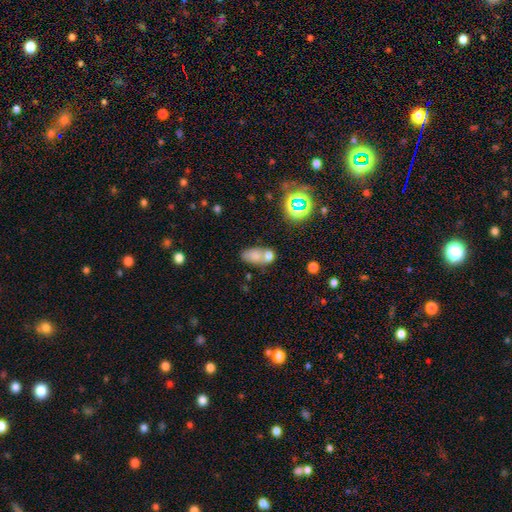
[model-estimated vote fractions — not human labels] Smooth or featured?
  - smooth: 71% *
  - featured or disk: 15%
  - star or artifact: 14%
How rounded?
  - in between: 85% *
  - round: 10%
  - cigar-shaped: 5%
Merging?
  - merger: 40% * (tied)
  - none: 40% * (tied)
  - minor disturbance: 14%
  - major disturbance: 7%